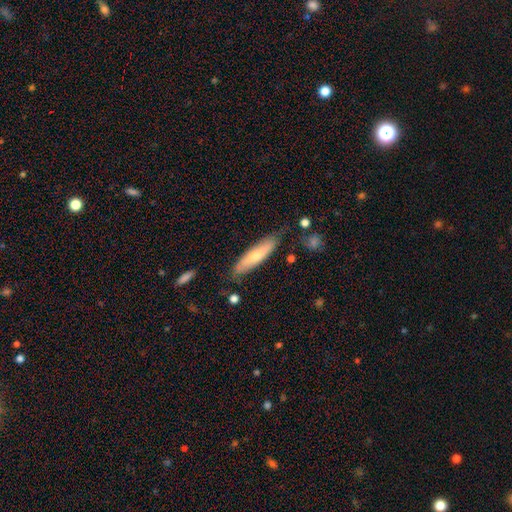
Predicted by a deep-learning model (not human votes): Smooth or featured?
  - smooth: 64% *
  - featured or disk: 30%
  - star or artifact: 6%
How rounded?
  - cigar-shaped: 71% *
  - in between: 28%
  - round: 2%
Merging?
  - none: 75% *
  - minor disturbance: 19%
  - major disturbance: 4%
  - merger: 2%